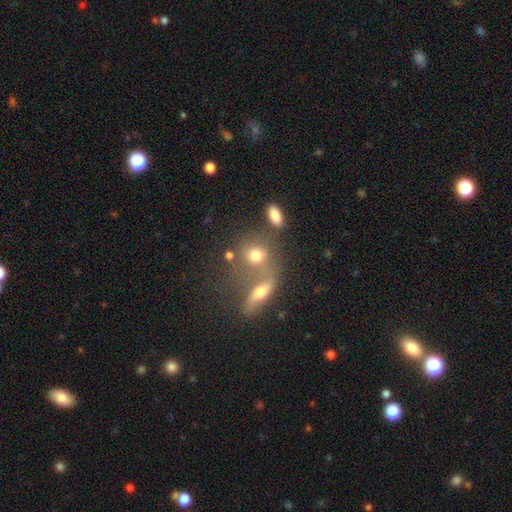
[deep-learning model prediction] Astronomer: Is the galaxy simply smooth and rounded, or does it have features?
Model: smooth — 68%.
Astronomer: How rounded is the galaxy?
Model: round — 61%.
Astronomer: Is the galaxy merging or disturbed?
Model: merger — 45% (runner-up: none, 37%).